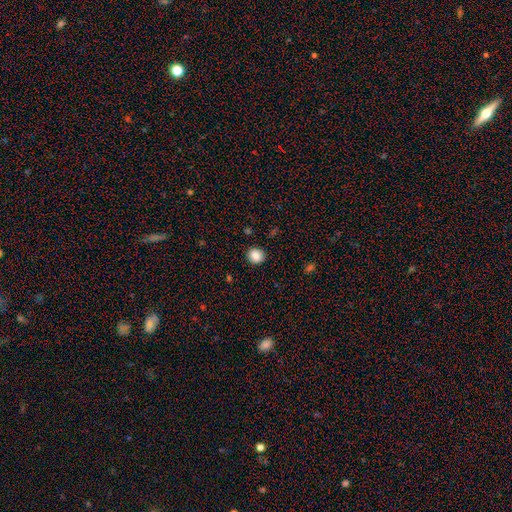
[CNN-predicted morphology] This appears to be a smooth galaxy with no disk features (86%) that is round (82%). Merging: none (89%).